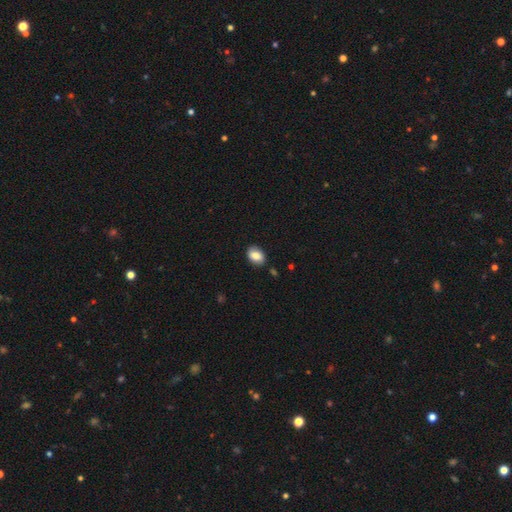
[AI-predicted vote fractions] Smooth or featured?
  - smooth: 82% *
  - featured or disk: 10%
  - star or artifact: 7%
How rounded?
  - in between: 80% *
  - round: 19%
  - cigar-shaped: 1%
Merging?
  - none: 83% *
  - minor disturbance: 12%
  - major disturbance: 2%
  - merger: 2%